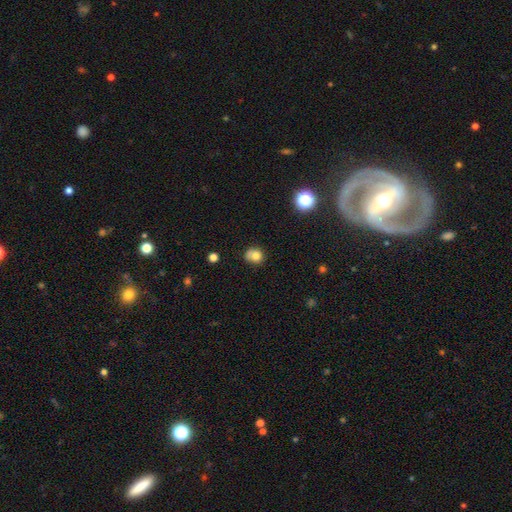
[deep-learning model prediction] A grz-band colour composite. It shows a smooth galaxy with no disk features (75%) that is round (73%). Merging: none (58%).